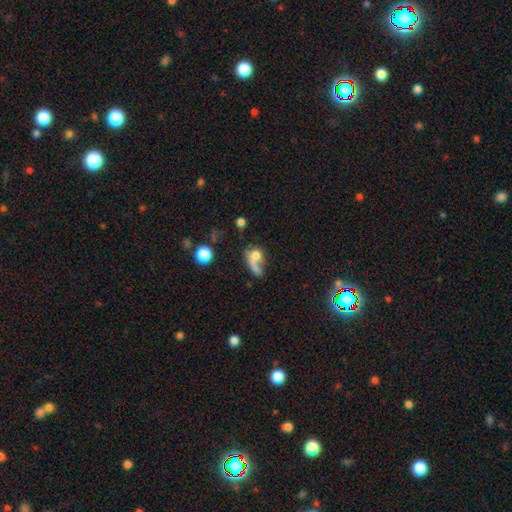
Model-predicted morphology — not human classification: This is likely a smooth galaxy (63%). How rounded: possibly round (51%). Merging: marginally merger (31%).